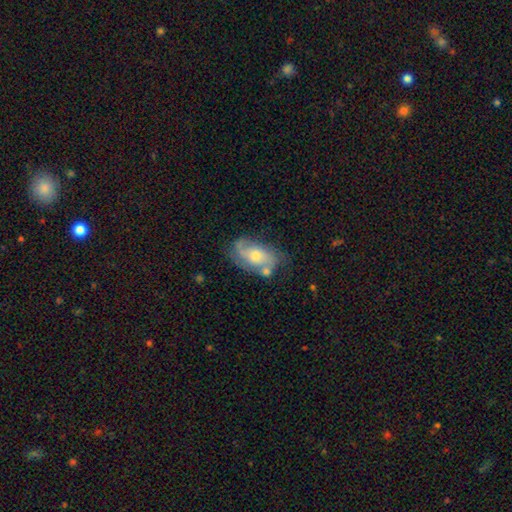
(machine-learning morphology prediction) featured or disk 61%, smooth 31%, star or artifact 7%. Down the decision tree: edge-on disk — no (94%); bar — no (70%); spiral arms — yes (81%); bulge size — moderate (60%); merging — none (53%).